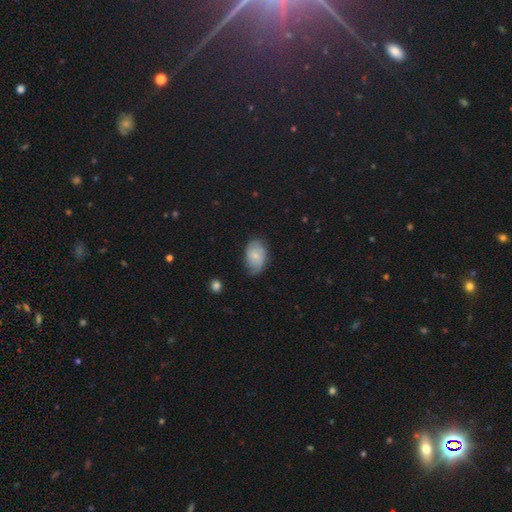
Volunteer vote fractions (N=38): A smooth galaxy with no disk features (55%) that is in between round and cigar-shaped (95%).

Vote fractions:
- Smooth or featured? smooth: 55% / featured or disk: 42% / star or artifact: 3%
- How rounded? in between: 95% / round: 5% / cigar-shaped: 0%
- Merging? none: 43% (tied) / minor disturbance: 43% (tied) / major disturbance: 11% / merger: 3%